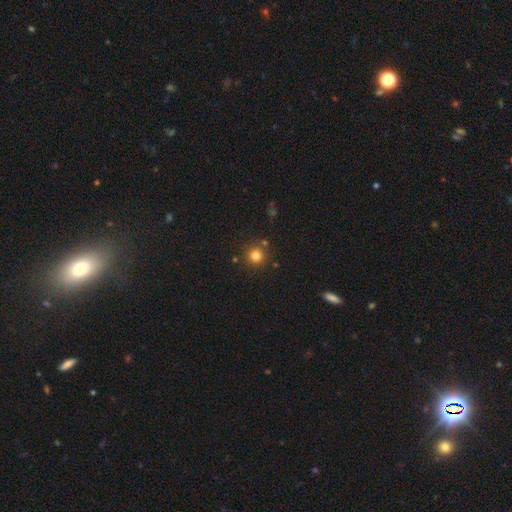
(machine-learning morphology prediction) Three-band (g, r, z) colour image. It shows a smooth galaxy with no disk features (80%) that is round (94%). Merging: none (83%).